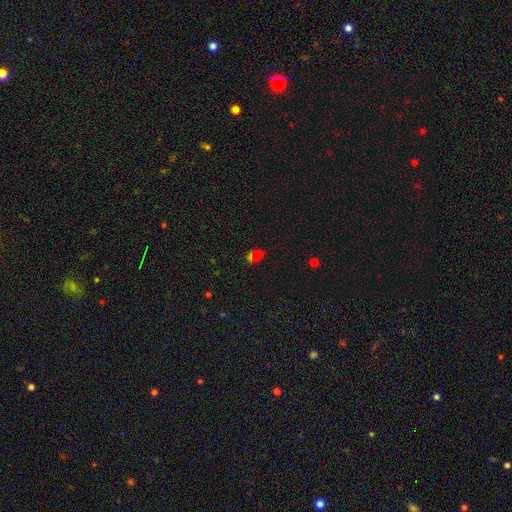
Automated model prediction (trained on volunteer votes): This appears to be a smooth galaxy with no disk features (52%) that is in between round and cigar-shaped (58%). Merging: none (60%).